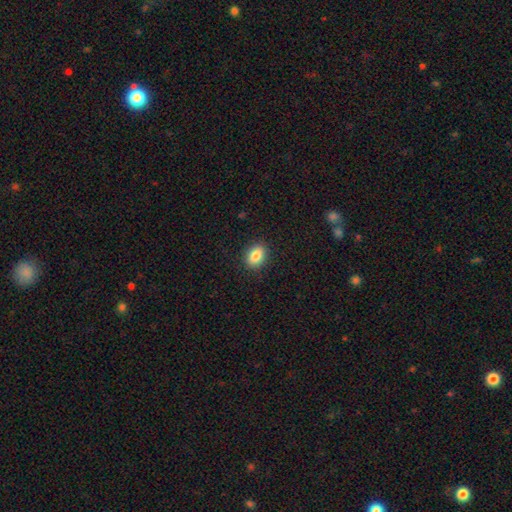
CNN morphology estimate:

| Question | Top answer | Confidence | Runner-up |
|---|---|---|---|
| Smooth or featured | smooth | 85% | star or artifact (9%) |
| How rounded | in between | 73% | round (26%) |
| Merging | none | 89% | minor disturbance (8%) |